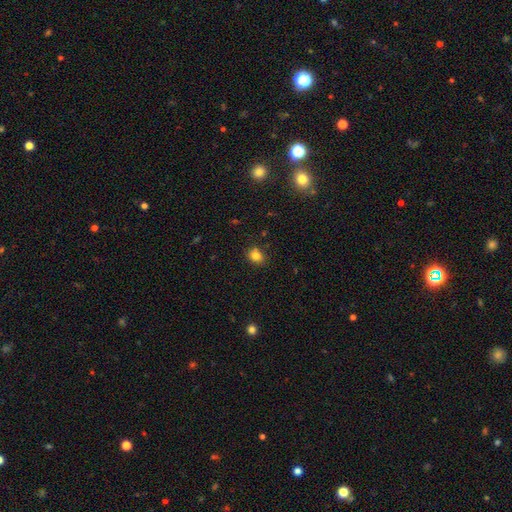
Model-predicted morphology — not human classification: type=smooth (81%); roundness=round (55%); merging=none (81%).